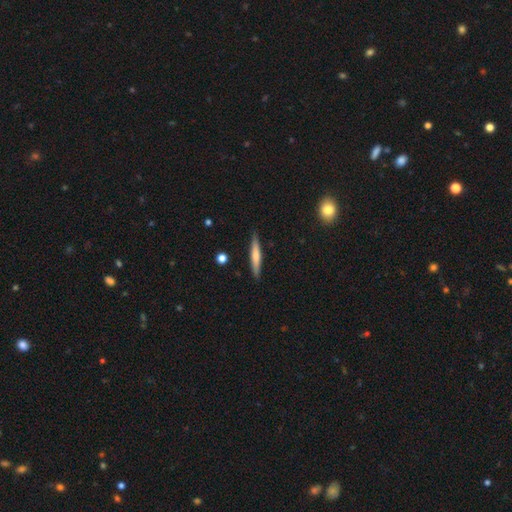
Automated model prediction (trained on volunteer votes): Smooth or featured? Predicted: smooth (p=0.59). How rounded? Predicted: cigar-shaped (p=0.92). Merging? Predicted: none (p=0.88).